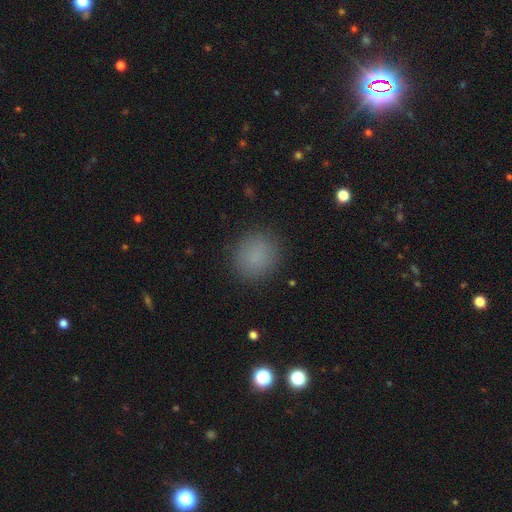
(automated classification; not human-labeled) This is clearly a smooth galaxy (83%). How rounded: clearly round (84%). Merging: clearly none (89%).